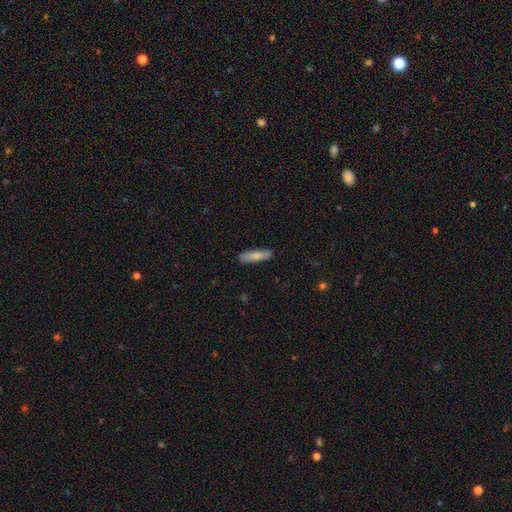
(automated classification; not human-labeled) The model was most divided on "how rounded": cigar-shaped: 68%, in between: 30%, round: 2%. More confident: merging — none (85%); smooth or featured — smooth (77%).